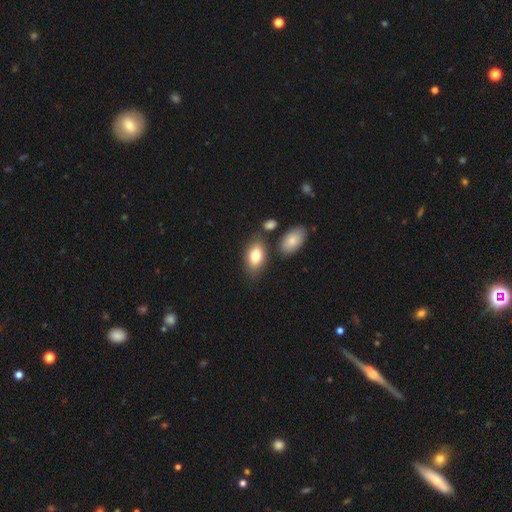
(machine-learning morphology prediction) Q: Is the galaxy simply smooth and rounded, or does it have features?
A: smooth — 77%.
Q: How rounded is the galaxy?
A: in between — 89%.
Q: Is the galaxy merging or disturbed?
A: none — 71%.